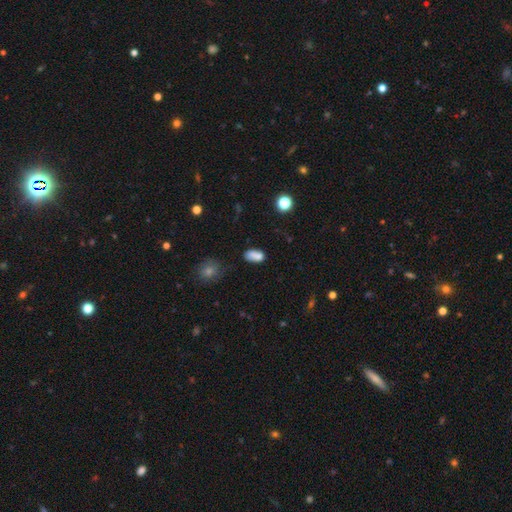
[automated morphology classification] smooth_or_featured: smooth (p=0.79) [alt: star or artifact p=0.12]
how_rounded: in between (p=0.86) [alt: round p=0.09]
merging: none (p=0.53) [alt: minor disturbance p=0.22]